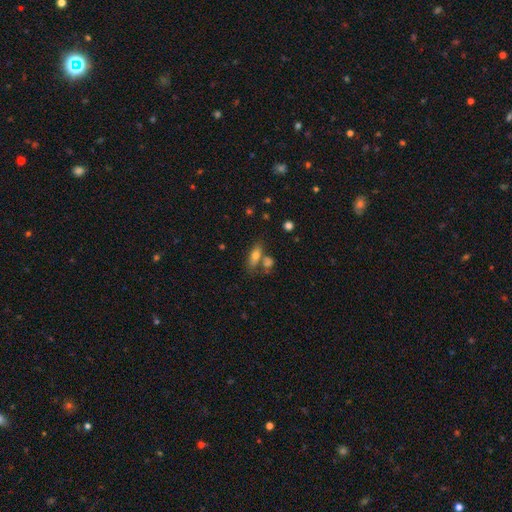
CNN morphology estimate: This is likely a smooth galaxy (72%). How rounded: likely in between (75%). Merging: possibly none (55%).